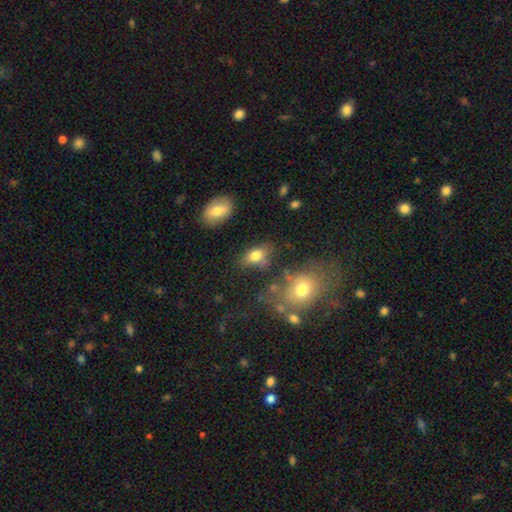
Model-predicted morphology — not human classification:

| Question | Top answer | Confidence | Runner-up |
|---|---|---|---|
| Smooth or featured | smooth | 77% | featured or disk (12%) |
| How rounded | in between | 85% | round (12%) |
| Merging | none | 61% | minor disturbance (20%) |